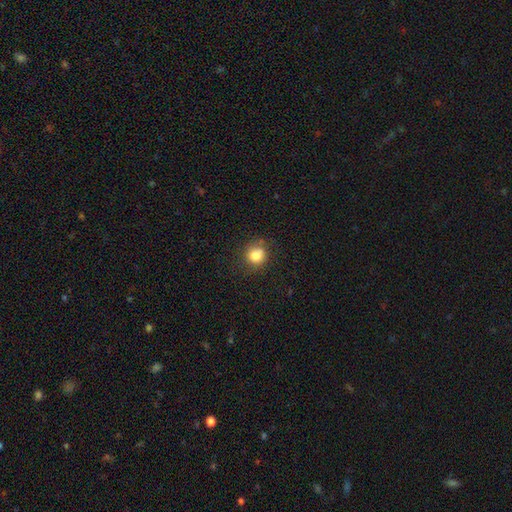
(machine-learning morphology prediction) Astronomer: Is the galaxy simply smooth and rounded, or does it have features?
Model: smooth — 82%.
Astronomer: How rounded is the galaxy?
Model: round — 88%.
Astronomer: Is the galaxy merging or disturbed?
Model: none — 77%.